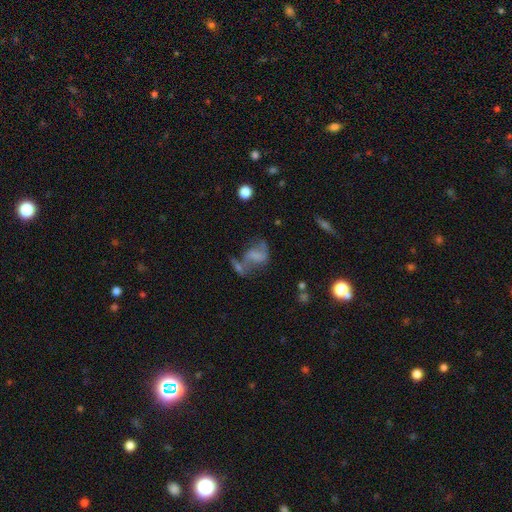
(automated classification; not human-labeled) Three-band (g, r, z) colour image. It shows a featured or disk galaxy (56%) with no bar (50%), spiral arms (77%) and no central bulge (67%). Merging: none (35%).